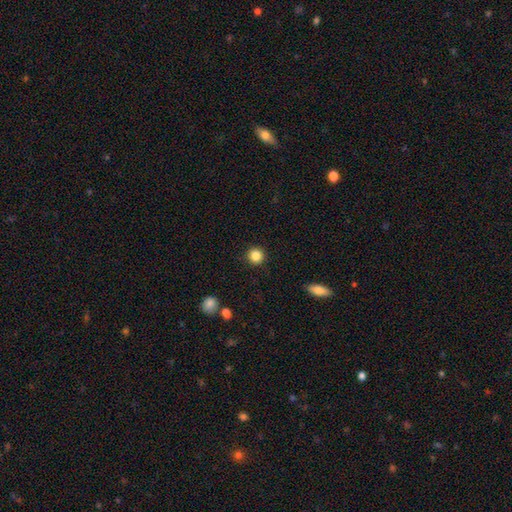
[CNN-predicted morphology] A smooth galaxy with no disk features (86%) that is round (94%). Merging: none (92%).